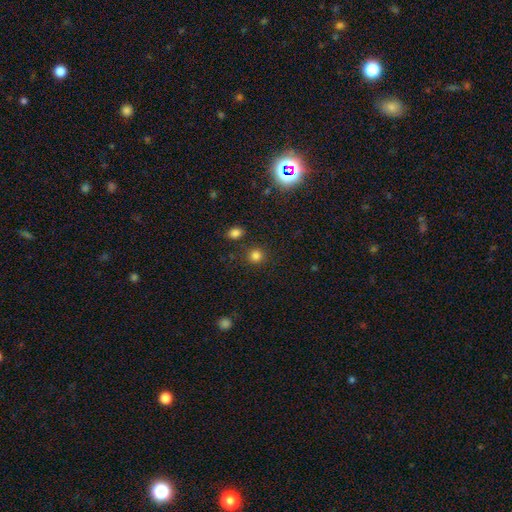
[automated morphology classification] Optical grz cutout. It shows a smooth galaxy with no disk features (82%) that is round (89%). Merging: none (85%).